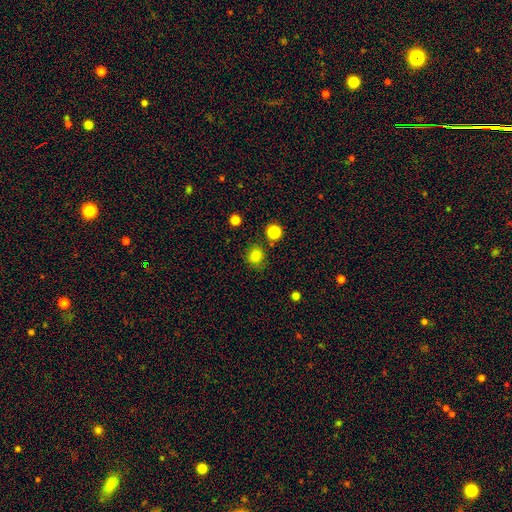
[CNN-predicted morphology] This appears to be a smooth galaxy with no disk features (82%) that is round (85%). Merging: none (83%).